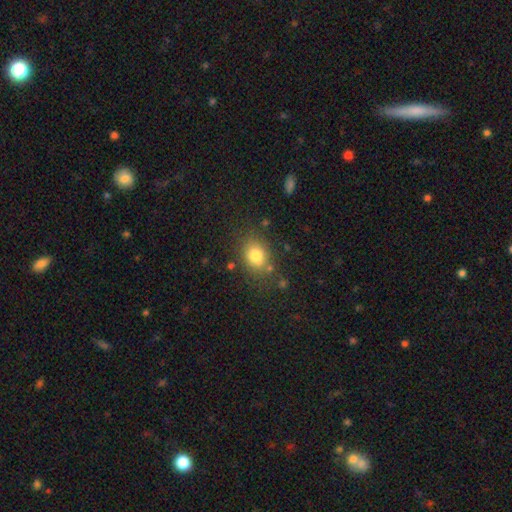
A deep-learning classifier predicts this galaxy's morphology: Smooth or featured?
  - smooth: 80% *
  - star or artifact: 11%
  - featured or disk: 9%
How rounded?
  - in between: 53% *
  - round: 46%
  - cigar-shaped: 1%
Merging?
  - none: 74% *
  - minor disturbance: 15%
  - merger: 6%
  - major disturbance: 5%